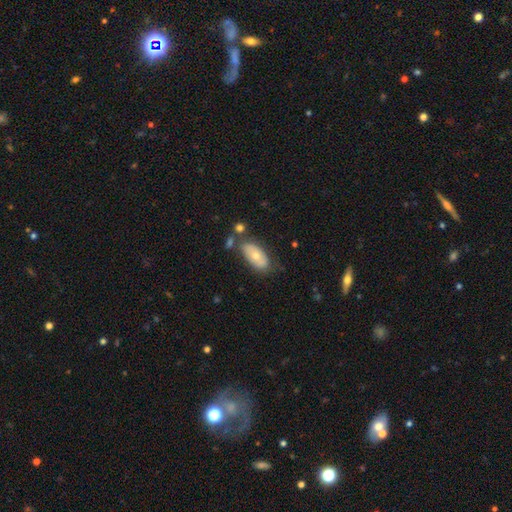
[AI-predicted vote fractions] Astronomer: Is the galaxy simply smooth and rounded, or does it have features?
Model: smooth — 65%.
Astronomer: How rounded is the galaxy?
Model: in between — 90%.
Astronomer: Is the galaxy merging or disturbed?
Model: none — 63%.